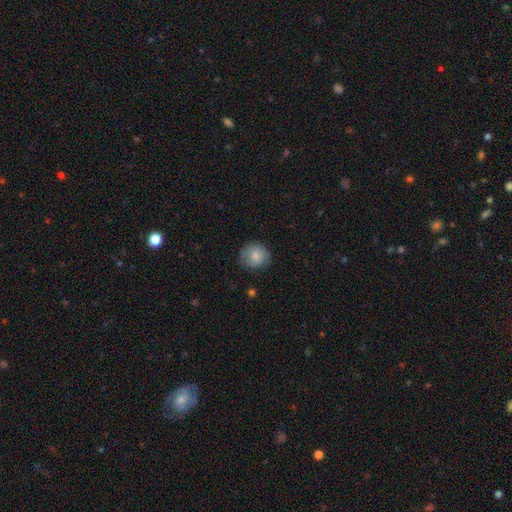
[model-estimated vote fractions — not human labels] Q: Smooth or featured?
A: smooth (80%); runner-up: featured or disk (13%)
Q: How rounded?
A: round (84%); runner-up: in between (15%)
Q: Merging?
A: none (77%); runner-up: minor disturbance (18%)